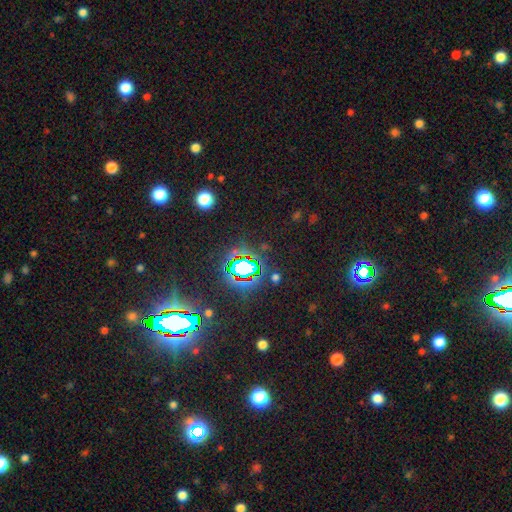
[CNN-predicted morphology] star or artifact 82%, smooth 11%, featured or disk 7%.